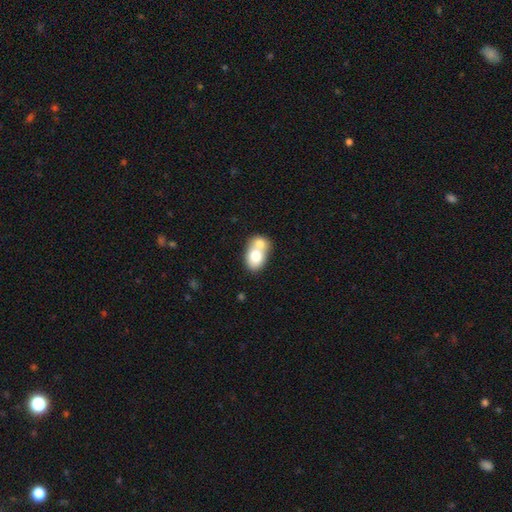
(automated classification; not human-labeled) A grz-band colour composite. It shows a smooth galaxy with no disk features (71%) that is in between round and cigar-shaped (70%). Merging: merger (69%).